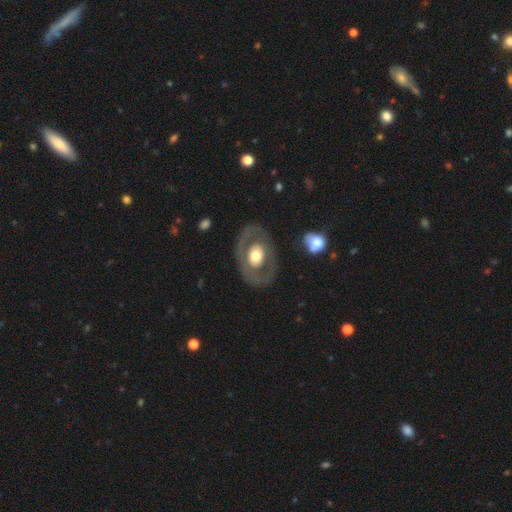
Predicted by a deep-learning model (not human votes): Smooth or featured? Predicted: featured or disk (p=0.57). Edge-on disk? Predicted: no (p=0.92). Bar? Predicted: no (p=0.84). Spiral arms? Predicted: no (p=0.83). Bulge size? Predicted: moderate (p=0.51). Merging? Predicted: none (p=0.80).